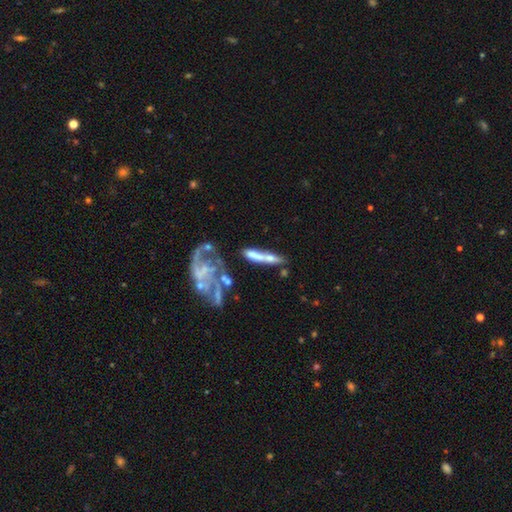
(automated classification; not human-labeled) Smooth or featured? featured or disk (47%)
Merging? none (36%)